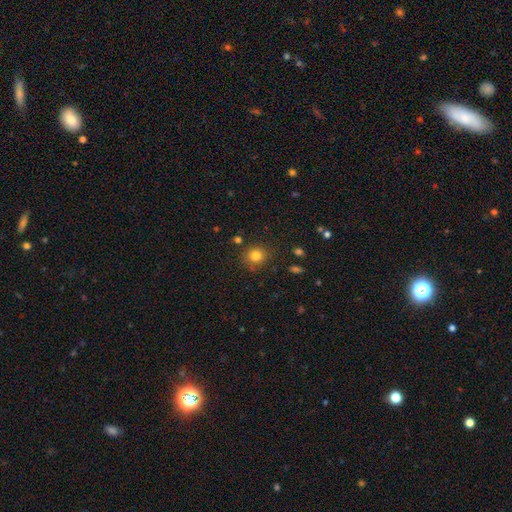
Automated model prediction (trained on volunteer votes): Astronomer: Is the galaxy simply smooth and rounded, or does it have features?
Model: smooth — 81%.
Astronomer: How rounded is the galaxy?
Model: round — 83%.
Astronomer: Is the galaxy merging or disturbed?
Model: none — 82%.